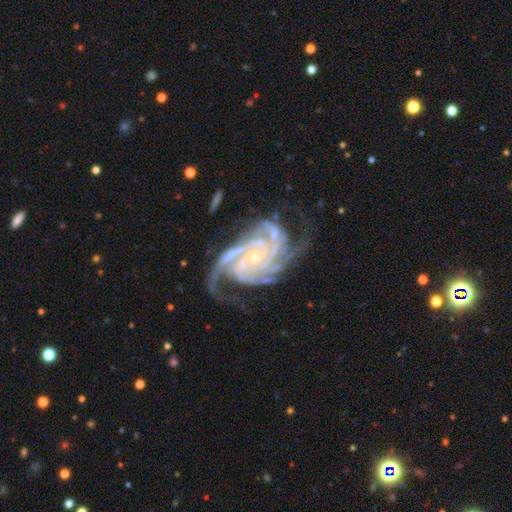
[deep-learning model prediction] Q: Smooth or featured?
A: featured or disk (92%); runner-up: star or artifact (5%)
Q: Edge-on disk?
A: no (98%); runner-up: yes (2%)
Q: Bar?
A: no (67%); runner-up: weak (22%)
Q: Spiral arms?
A: yes (99%); runner-up: no (1%)
Q: Spiral winding?
A: tight (65%); runner-up: medium (31%)
Q: Spiral arm count?
A: 4 (43%); runner-up: 3 (26%)
Q: Bulge size?
A: small (80%); runner-up: moderate (14%)
Q: Merging?
A: none (63%); runner-up: minor disturbance (20%)